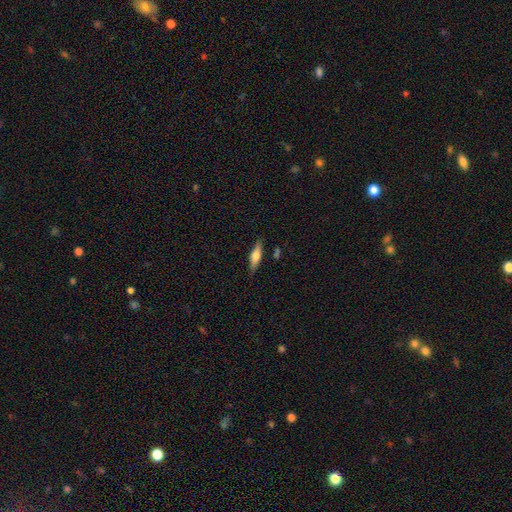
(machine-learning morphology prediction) This appears to be a smooth galaxy with no disk features (48%). Merging: none (84%).